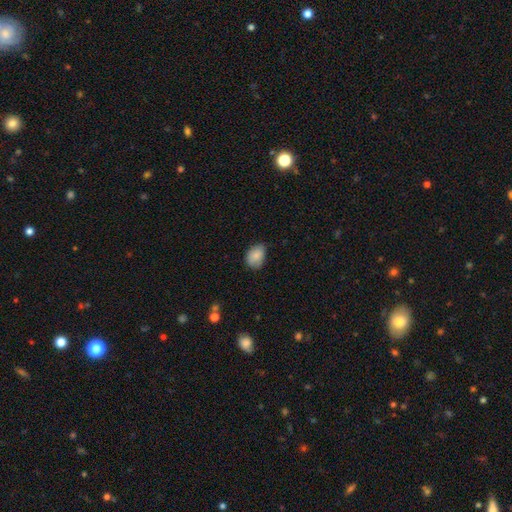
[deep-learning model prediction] Smooth or featured? smooth (86%)
How rounded? in between (72%)
Merging? none (64%)